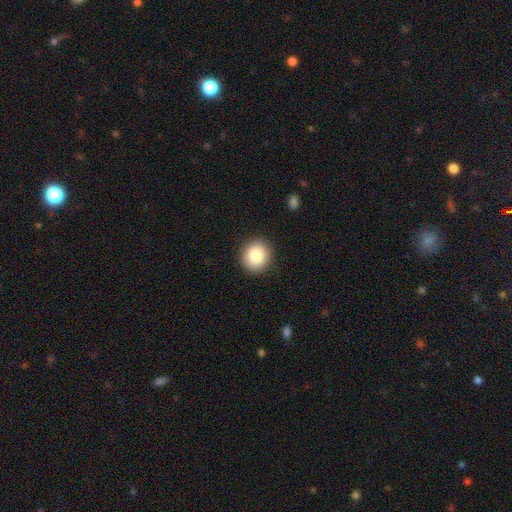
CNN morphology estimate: smooth-or-featured: smooth: 88% | star or artifact: 8% | featured or disk: 4%
  how-rounded: round: 89% | in between: 10% | cigar-shaped: 1%
  merging: none: 91% | minor disturbance: 6% | major disturbance: 2% | merger: 1%